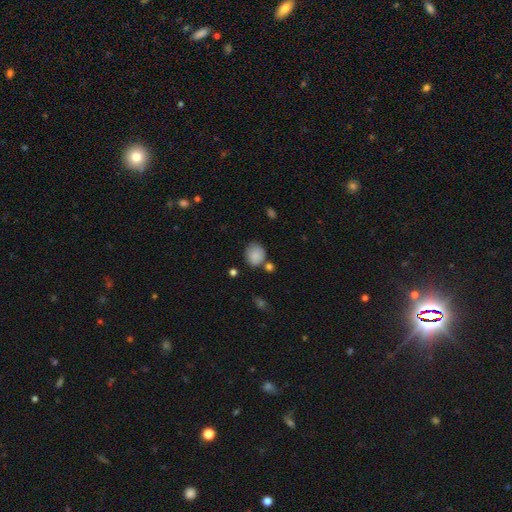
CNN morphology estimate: A smooth galaxy with no disk features (85%) that is round (68%). Merging: none (65%).